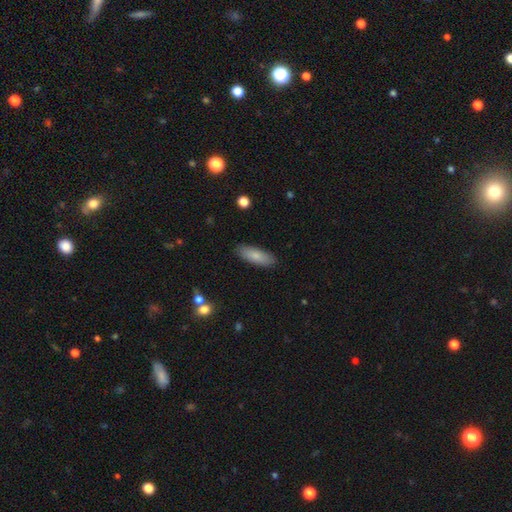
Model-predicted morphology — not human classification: Smooth or featured: smooth — 82% (featured or disk — 11%)
How rounded: in between — 62% (cigar-shaped — 36%)
Merging: none — 88% (minor disturbance — 9%)